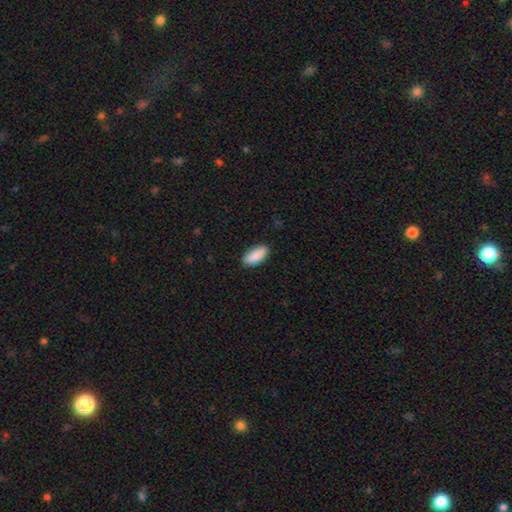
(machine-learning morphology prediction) Overall: smooth (90%). How rounded: in between (86%). Merging: none (89%).